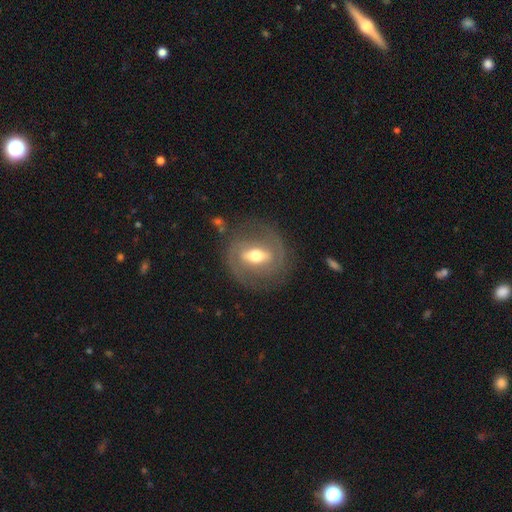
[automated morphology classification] This is likely a featured or disk galaxy (73%). It is clearly not viewed edge-on (88%). Bar: possibly strong (57%). Spiral arm pattern: likely yes (61%). Central bulge: likely moderate (70%). Merging: likely none (76%).